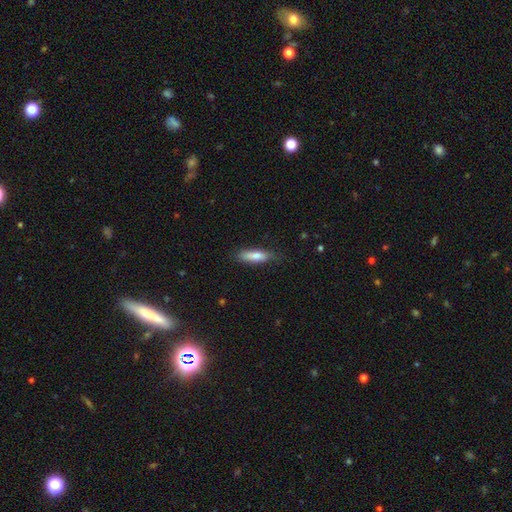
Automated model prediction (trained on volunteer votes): A smooth galaxy with no disk features (76%) that is cigar-shaped (60%). Merging: none (75%).